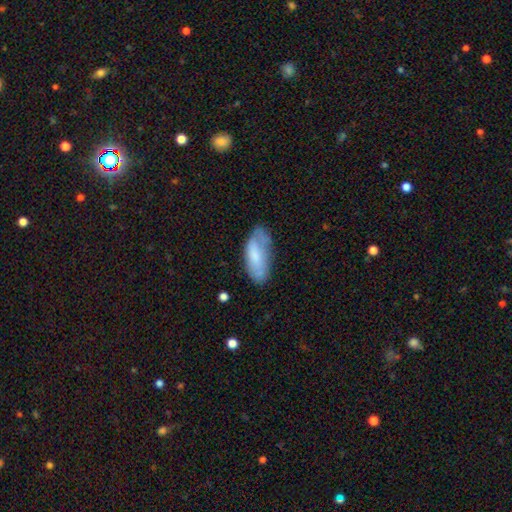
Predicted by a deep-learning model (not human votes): Morphology: type=smooth (69%); roundness=in between (84%); merging=none (58%).